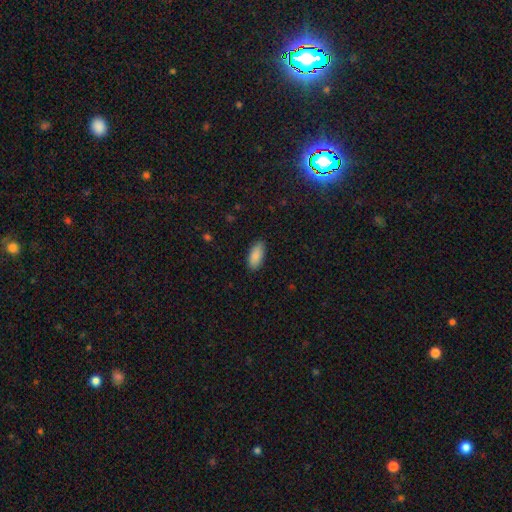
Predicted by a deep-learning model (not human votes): Overall: smooth (89%). How rounded: in between (88%). Merging: none (87%).